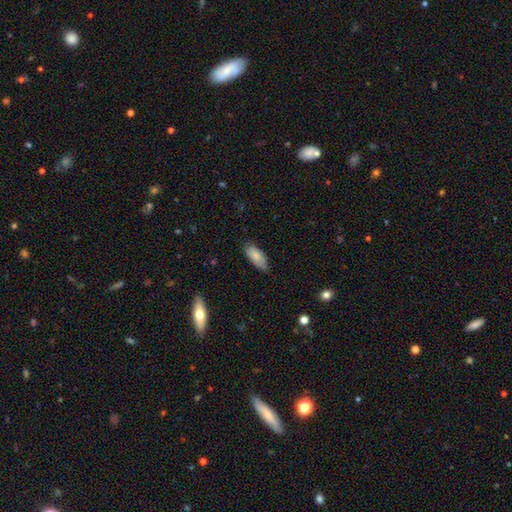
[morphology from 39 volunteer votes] This is clearly a smooth galaxy (85%). How rounded: clearly in between (85%). Merging: possibly none (54%).